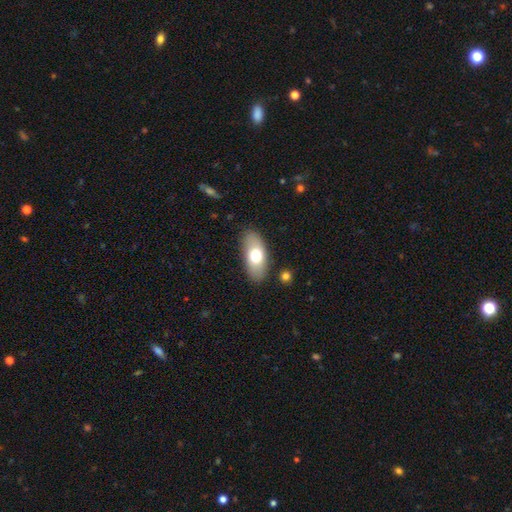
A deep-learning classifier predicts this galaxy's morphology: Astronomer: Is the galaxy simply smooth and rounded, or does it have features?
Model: smooth — 68%.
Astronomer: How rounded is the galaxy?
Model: in between — 89%.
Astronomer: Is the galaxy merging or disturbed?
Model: none — 85%.